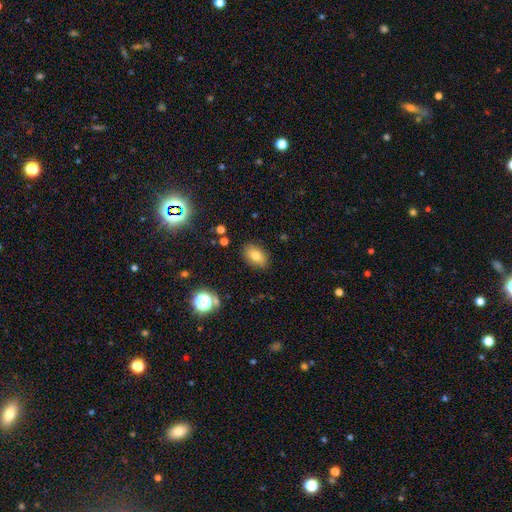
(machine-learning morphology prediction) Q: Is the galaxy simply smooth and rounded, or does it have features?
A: smooth — 77%.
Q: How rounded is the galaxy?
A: in between — 85%.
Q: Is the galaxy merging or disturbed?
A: none — 86%.